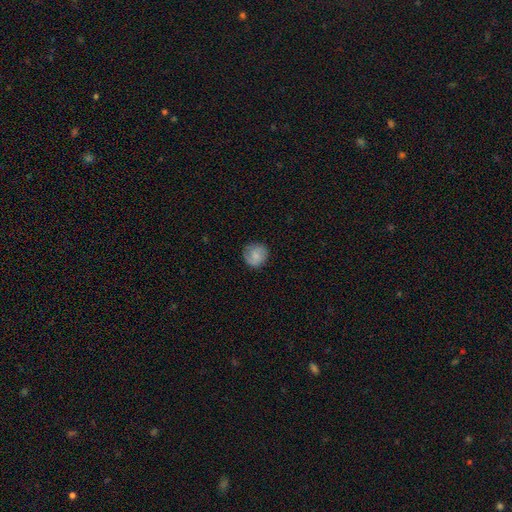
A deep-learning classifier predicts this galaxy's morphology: smooth_or_featured: smooth (p=0.75) [alt: featured or disk p=0.18]
how_rounded: round (p=0.91) [alt: in between p=0.08]
merging: none (p=0.81) [alt: minor disturbance p=0.15]